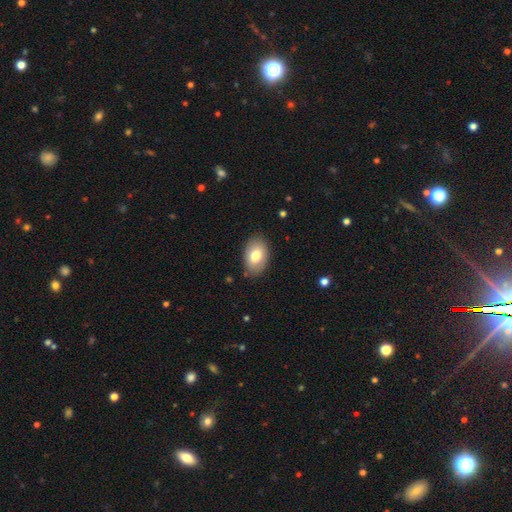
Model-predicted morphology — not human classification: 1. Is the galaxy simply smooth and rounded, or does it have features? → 77% smooth, 16% featured or disk, 7% star or artifact.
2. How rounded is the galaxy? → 89% in between, 10% round, 1% cigar-shaped.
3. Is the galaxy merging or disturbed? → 85% none, 11% minor disturbance, 3% major disturbance, 1% merger.